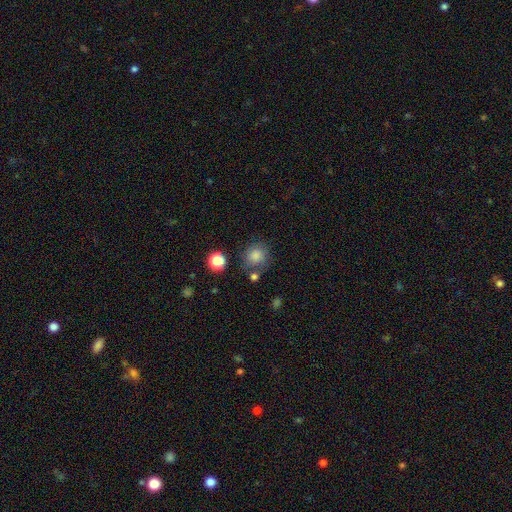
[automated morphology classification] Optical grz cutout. It shows a smooth galaxy with no disk features (83%) that is round (84%). Merging: none (73%).